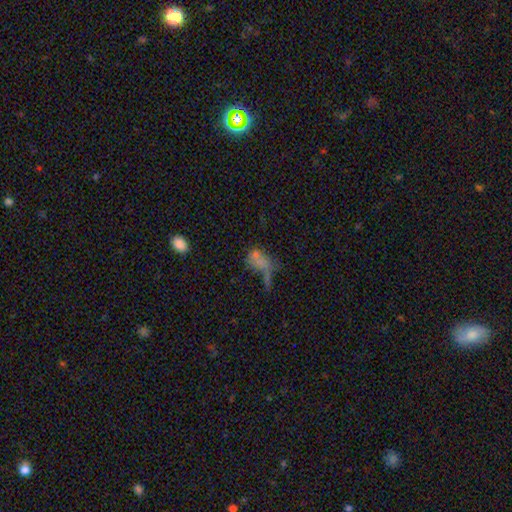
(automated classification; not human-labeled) This is possibly a smooth galaxy (57%). How rounded: likely in between (74%). Merging: marginally merger (36%).